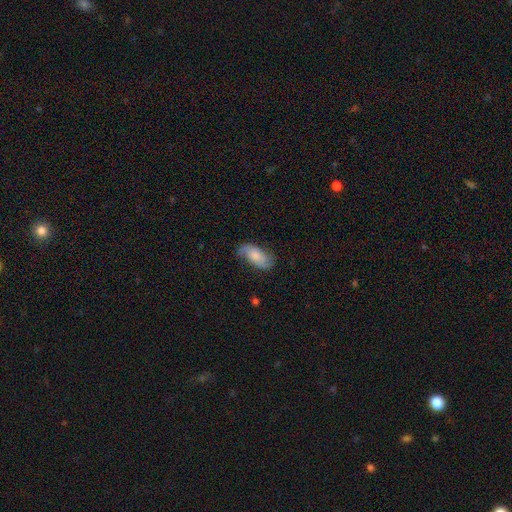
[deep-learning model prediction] Smooth or featured: featured or disk — 48% (smooth — 45%)
Merging: none — 68% (minor disturbance — 22%)